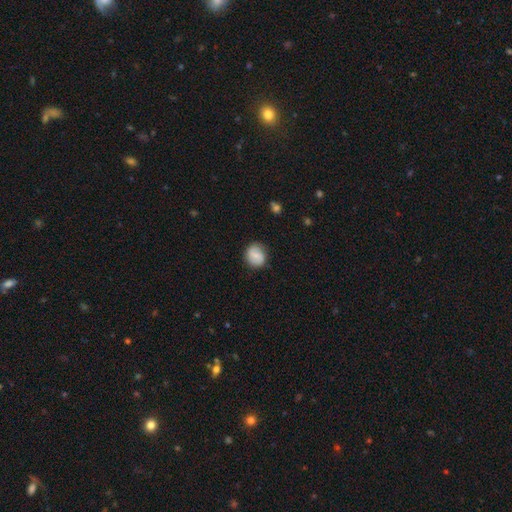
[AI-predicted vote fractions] Morphology: type=smooth (67%); roundness=round (77%); merging=none (80%).